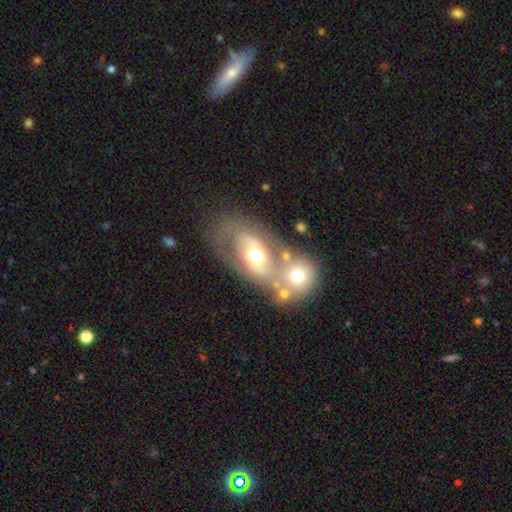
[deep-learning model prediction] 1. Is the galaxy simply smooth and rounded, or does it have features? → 56% featured or disk, 36% smooth, 8% star or artifact.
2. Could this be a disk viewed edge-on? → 92% no, 8% yes.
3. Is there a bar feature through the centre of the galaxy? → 69% no, 21% weak, 10% strong.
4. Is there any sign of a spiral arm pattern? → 64% no, 36% yes.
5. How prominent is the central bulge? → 71% moderate, 17% large, 9% small, 2% dominant, 2% none.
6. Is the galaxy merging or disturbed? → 46% merger, 34% none, 12% minor disturbance, 9% major disturbance.